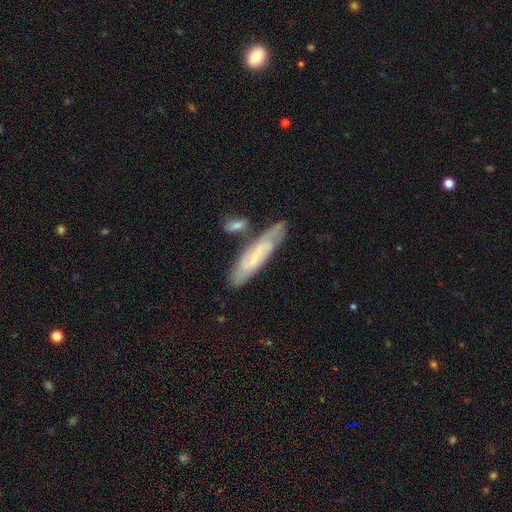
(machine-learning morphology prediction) Q: Smooth or featured?
A: featured or disk (52%); runner-up: smooth (40%)
Q: Edge-on disk?
A: no (65%); runner-up: yes (35%)
Q: Merging?
A: none (65%); runner-up: minor disturbance (16%)